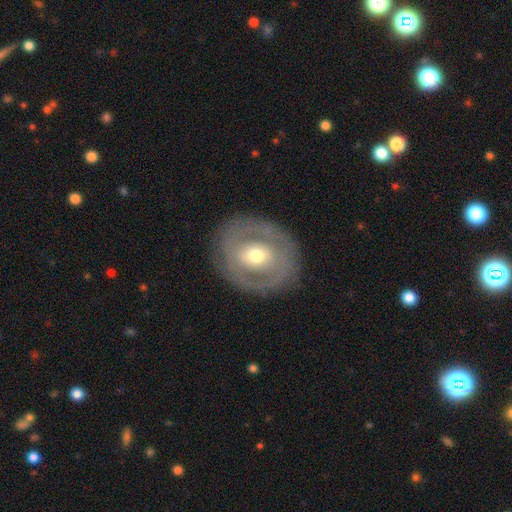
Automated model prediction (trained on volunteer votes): Morphology: type=featured or disk (67%); edge-on=no (95%); bar=no (43%); spiral arms=no (54%); bulge=moderate (68%); merging=none (83%).